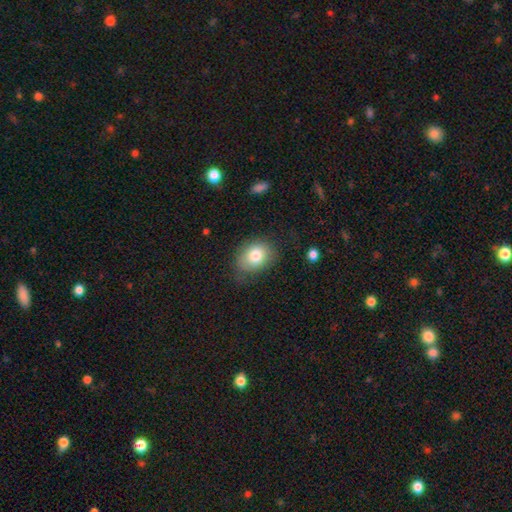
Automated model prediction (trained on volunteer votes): Overall: smooth (78%). How rounded: in between (63%; round 36%). Merging: none (67%).